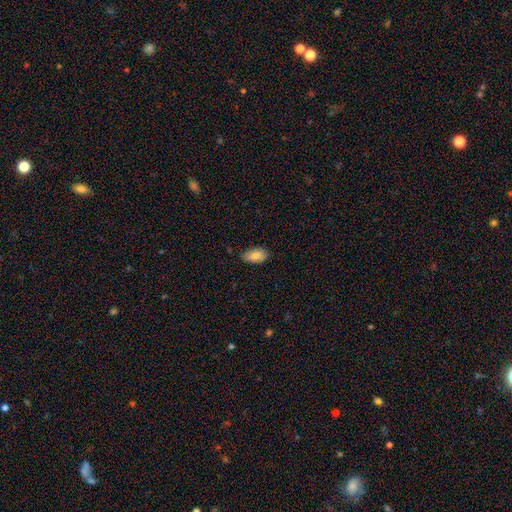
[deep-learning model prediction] This appears to be a smooth galaxy with no disk features (84%) that is in between round and cigar-shaped (94%). Merging: none (80%).